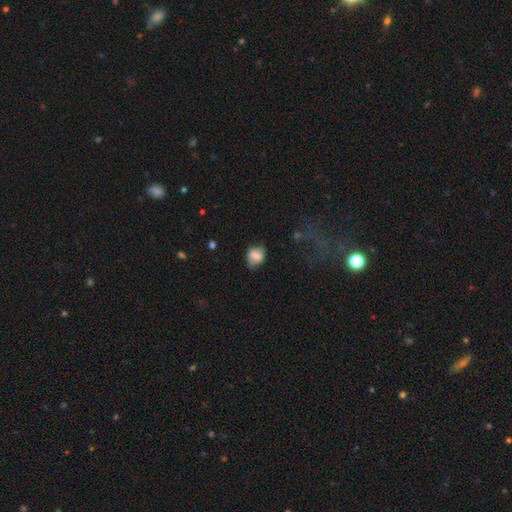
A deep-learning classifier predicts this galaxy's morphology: A smooth galaxy with no disk features (66%) that is in between round and cigar-shaped (58%).

Vote fractions:
- Smooth or featured? smooth: 66% / featured or disk: 25% / star or artifact: 9%
- How rounded? in between: 58% / round: 40% / cigar-shaped: 2%
- Merging? none: 65% / minor disturbance: 24% / major disturbance: 8% / merger: 3%